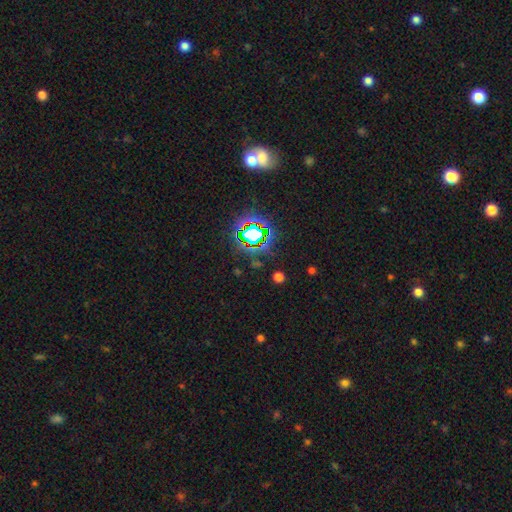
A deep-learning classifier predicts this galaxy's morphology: Smooth or featured?
  - star or artifact: 76% *
  - smooth: 15%
  - featured or disk: 9%